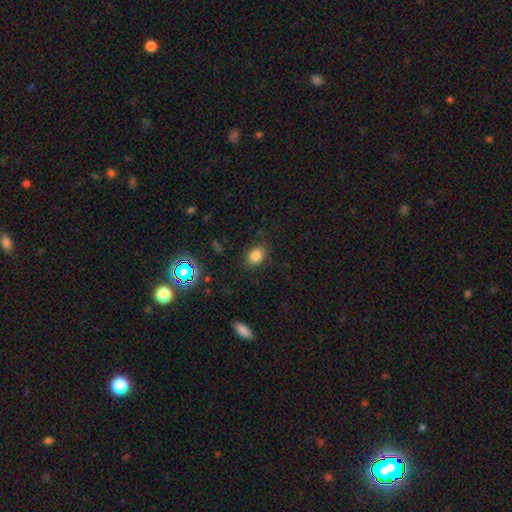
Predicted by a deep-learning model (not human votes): Smooth or featured: smooth — 80% (star or artifact — 14%)
How rounded: in between — 66% (round — 33%)
Merging: none — 84% (minor disturbance — 11%)